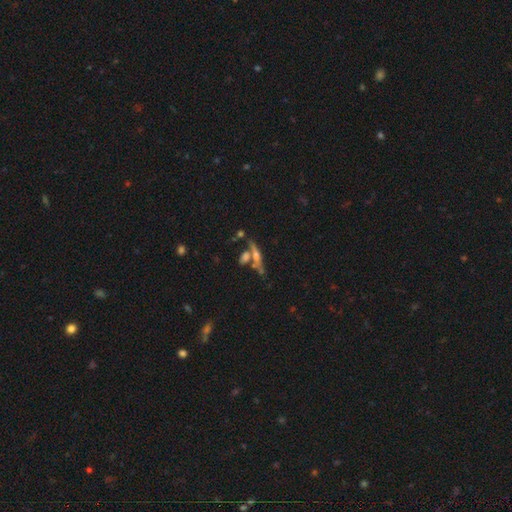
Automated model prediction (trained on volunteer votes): A featured or disk galaxy (59%) viewed edge-on (87%) with a rounded central bulge (77%). Merging: none (57%).